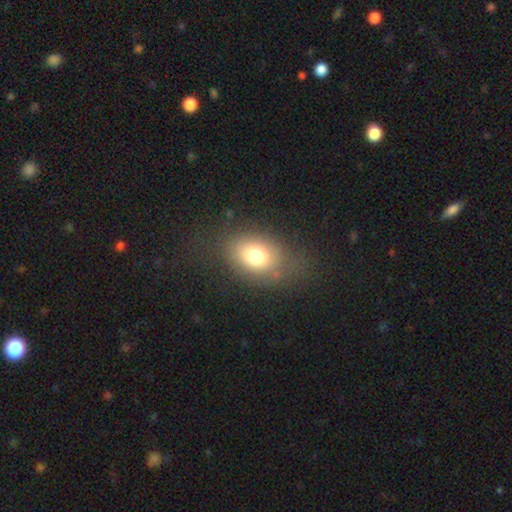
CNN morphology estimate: The model was most divided on "how rounded": in between: 70%, round: 29%, cigar-shaped: 1%. More confident: smooth or featured — smooth (74%); merging — none (70%).